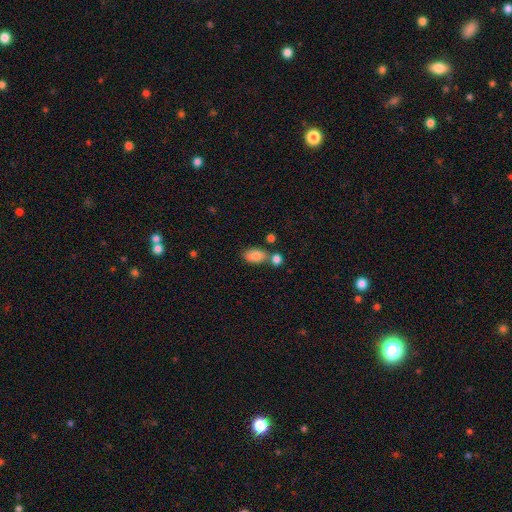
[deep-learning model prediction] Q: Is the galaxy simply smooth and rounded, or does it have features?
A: smooth — 83%.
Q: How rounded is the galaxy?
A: in between — 89%.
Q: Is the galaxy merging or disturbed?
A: none — 54%.